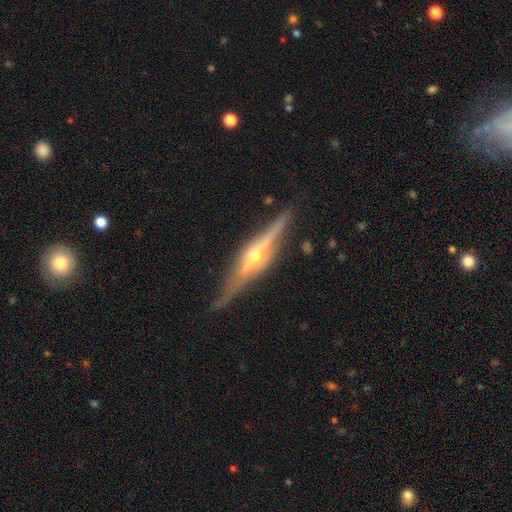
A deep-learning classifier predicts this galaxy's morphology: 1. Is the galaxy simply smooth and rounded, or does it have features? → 85% featured or disk, 9% smooth, 5% star or artifact.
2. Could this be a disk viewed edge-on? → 97% yes, 3% no.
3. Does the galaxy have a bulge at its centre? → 88% rounded, 7% boxy, 5% none.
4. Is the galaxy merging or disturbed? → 84% none, 11% minor disturbance, 3% major disturbance, 2% merger.